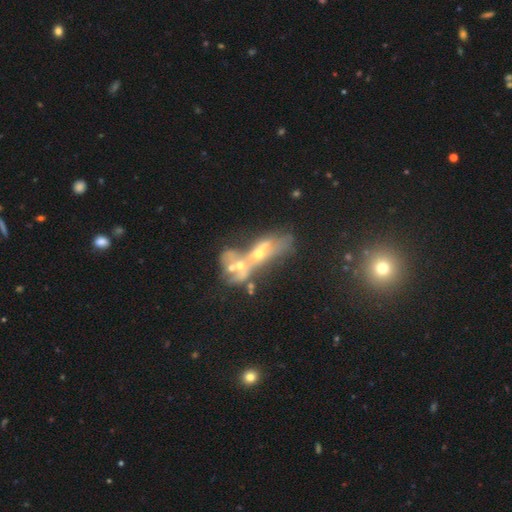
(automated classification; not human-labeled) A featured or disk galaxy (58%). Merging: merger (66%).